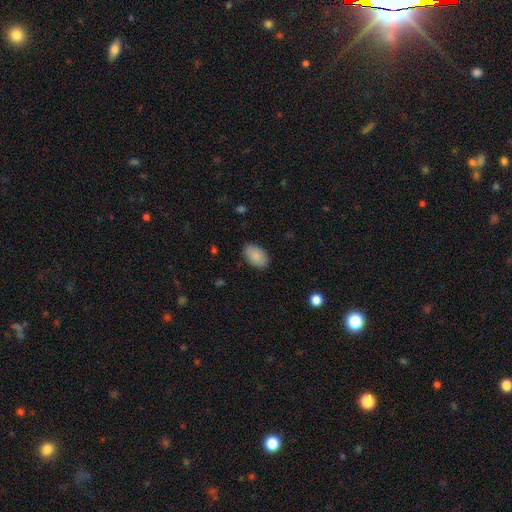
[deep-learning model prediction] Smooth or featured: smooth — 87% (featured or disk — 7%)
How rounded: in between — 93% (round — 6%)
Merging: none — 86% (minor disturbance — 11%)